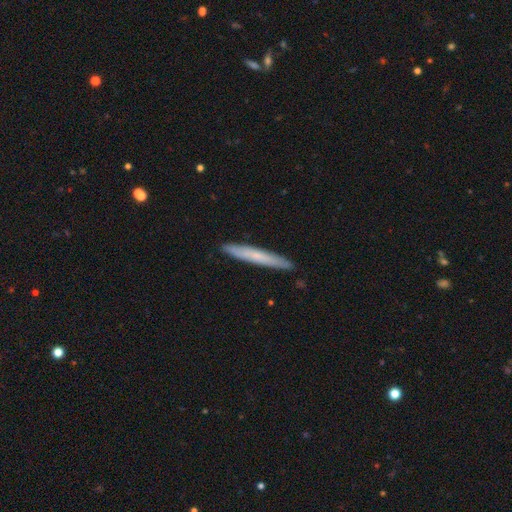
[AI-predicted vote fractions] The model was most divided on "smooth or featured": smooth: 59%, featured or disk: 35%, star or artifact: 6%. More confident: how rounded — cigar-shaped (96%); merging — none (90%).